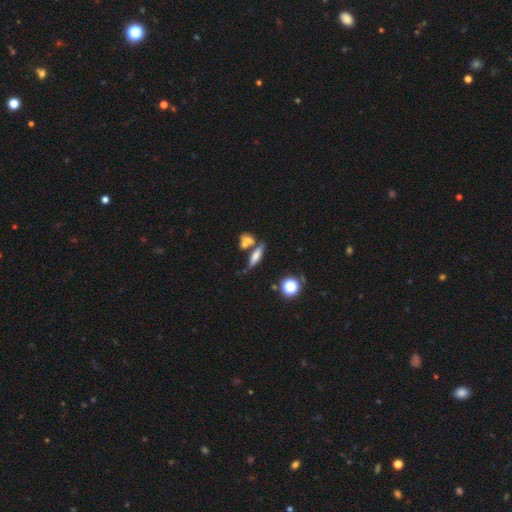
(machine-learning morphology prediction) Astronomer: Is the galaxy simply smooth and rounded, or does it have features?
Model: smooth — 53% (runner-up: featured or disk, 36%).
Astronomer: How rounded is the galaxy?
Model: cigar-shaped — 56% (runner-up: in between, 38%).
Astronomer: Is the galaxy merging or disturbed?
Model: none — 58%.